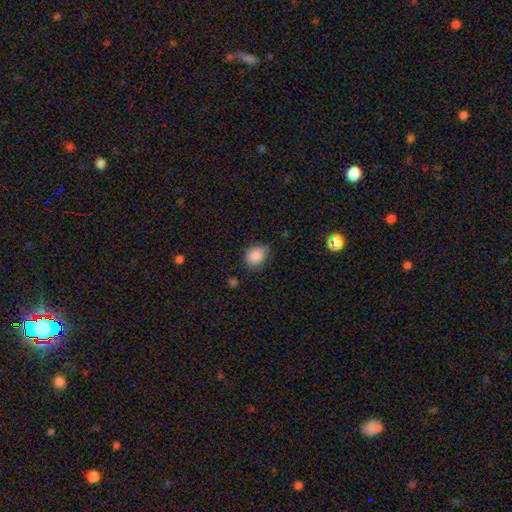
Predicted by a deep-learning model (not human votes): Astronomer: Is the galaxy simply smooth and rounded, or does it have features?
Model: smooth — 87%.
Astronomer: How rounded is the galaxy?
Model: round — 51% (runner-up: in between, 48%).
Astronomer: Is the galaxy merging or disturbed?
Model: none — 70%.